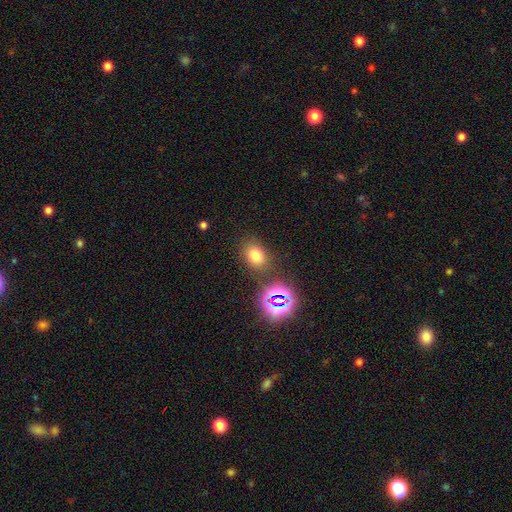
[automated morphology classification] This appears to be a smooth galaxy with no disk features (70%) that is in between round and cigar-shaped (57%). Merging: none (79%).